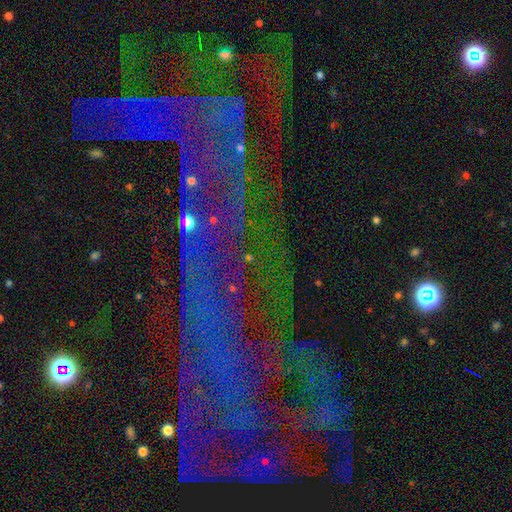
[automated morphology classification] Smooth or featured? Predicted: star or artifact (p=0.71).